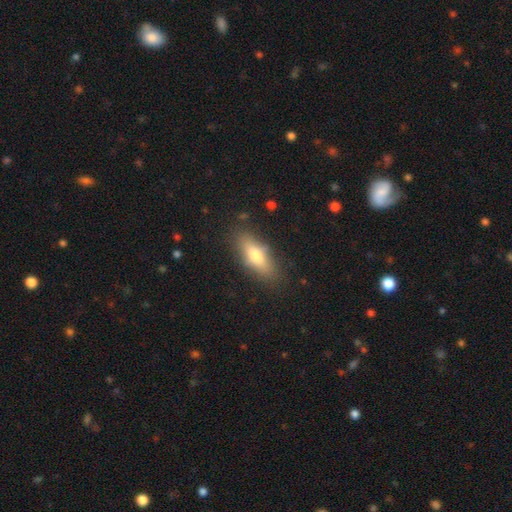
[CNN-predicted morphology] This appears to be a smooth galaxy with no disk features (68%) that is in between round and cigar-shaped (64%). Merging: none (82%).